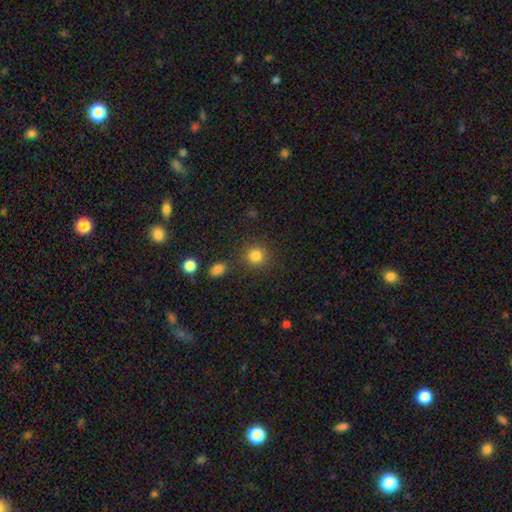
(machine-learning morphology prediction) smooth_or_featured: smooth (p=0.83) [alt: star or artifact p=0.12]
how_rounded: round (p=0.91) [alt: in between p=0.08]
merging: none (p=0.85) [alt: minor disturbance p=0.08]